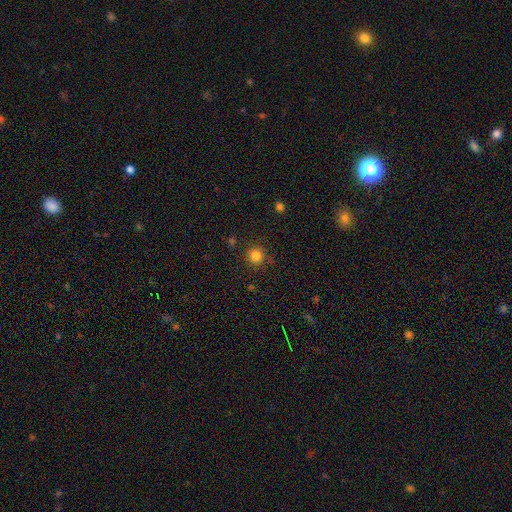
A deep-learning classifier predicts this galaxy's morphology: smooth-or-featured: smooth: 83% | star or artifact: 13% | featured or disk: 5%
  how-rounded: round: 94% | in between: 5% | cigar-shaped: 1%
  merging: none: 88% | minor disturbance: 8% | major disturbance: 3% | merger: 2%